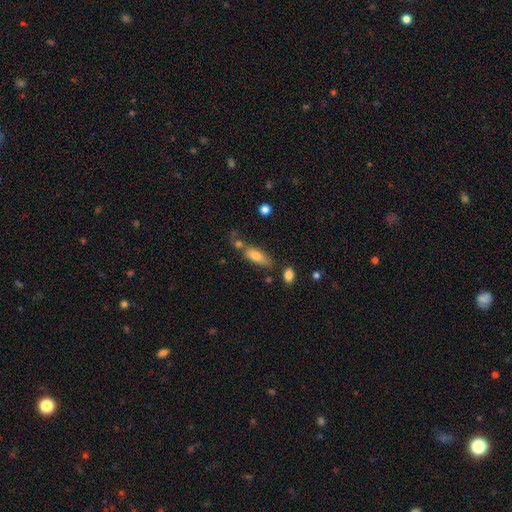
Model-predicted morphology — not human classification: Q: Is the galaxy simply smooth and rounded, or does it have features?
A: smooth — 74%.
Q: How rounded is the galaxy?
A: in between — 66%.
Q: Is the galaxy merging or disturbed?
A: none — 57%.